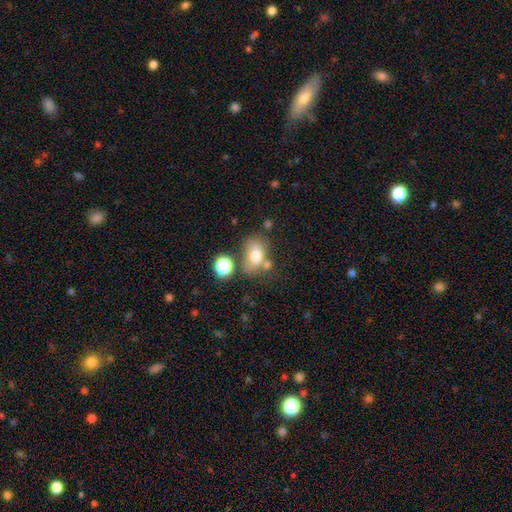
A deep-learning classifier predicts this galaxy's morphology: smooth_or_featured: smooth (p=0.70) [alt: featured or disk p=0.17]
how_rounded: in between (p=0.78) [alt: round p=0.20]
merging: none (p=0.45) [alt: minor disturbance p=0.21]